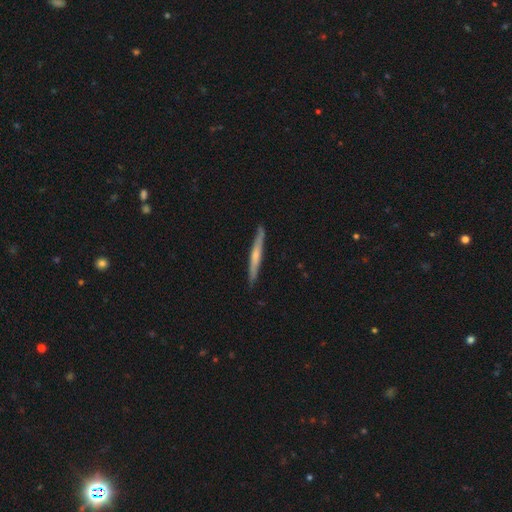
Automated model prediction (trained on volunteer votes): Smooth or featured? featured or disk (51%)
Edge-on disk? yes (96%)
Merging? none (89%)